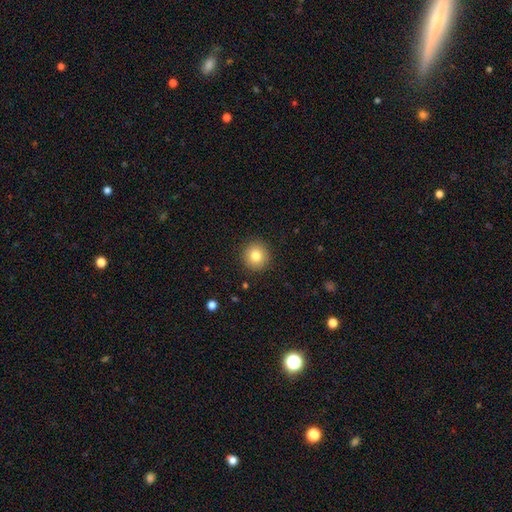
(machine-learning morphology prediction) A smooth galaxy with no disk features (81%) that is round (94%).

Vote fractions:
- Smooth or featured? smooth: 81% / star or artifact: 10% / featured or disk: 9%
- How rounded? round: 94% / in between: 5% / cigar-shaped: 1%
- Merging? none: 91% / minor disturbance: 6% / major disturbance: 2% / merger: 1%